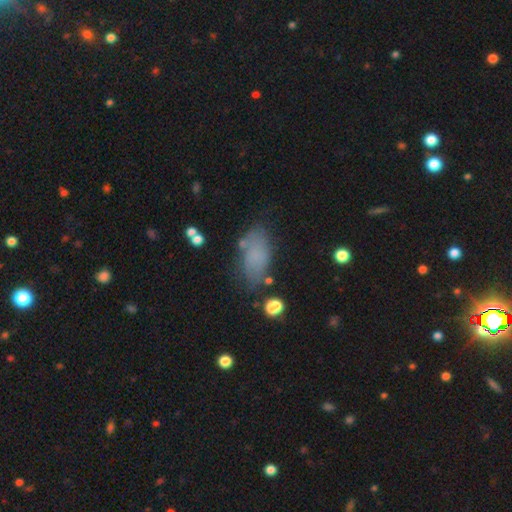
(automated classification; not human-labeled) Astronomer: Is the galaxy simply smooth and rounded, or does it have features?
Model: smooth — 74%.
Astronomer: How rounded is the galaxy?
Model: in between — 90%.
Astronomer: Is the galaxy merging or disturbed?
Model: none — 64%.